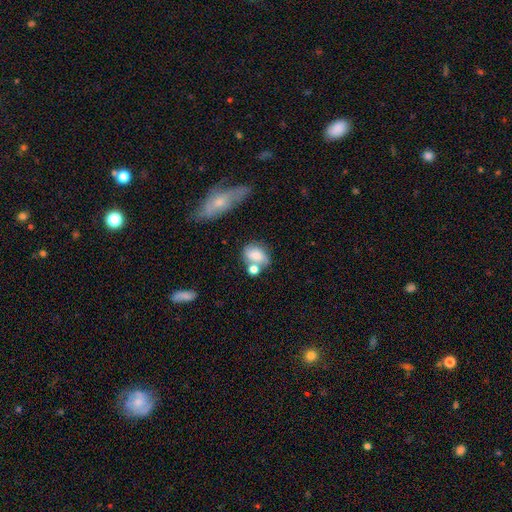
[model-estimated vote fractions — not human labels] A smooth galaxy with no disk features (70%) that is in between round and cigar-shaped (73%).

Vote fractions:
- Smooth or featured? smooth: 70% / featured or disk: 21% / star or artifact: 9%
- How rounded? in between: 73% / round: 24% / cigar-shaped: 3%
- Merging? none: 36% / merger: 35% / minor disturbance: 19% / major disturbance: 10%